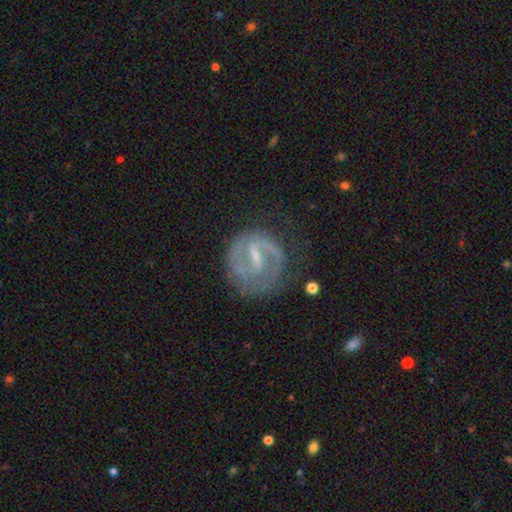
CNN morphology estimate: This is likely a featured or disk galaxy (80%). It is clearly not viewed edge-on (96%). Bar: possibly strong (50%). Spiral arm pattern: clearly yes (83%). Spiral arm count: likely 2 (69%). Spiral winding: marginally tight (44%). Central bulge: possibly small (57%). Merging: likely none (65%).